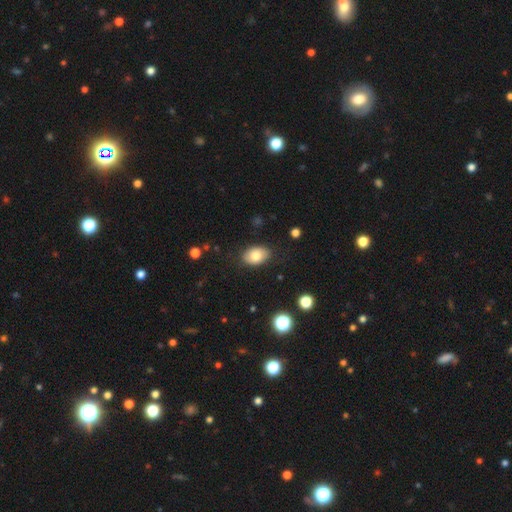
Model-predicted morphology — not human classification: type=smooth (78%); roundness=in between (86%); merging=none (83%).